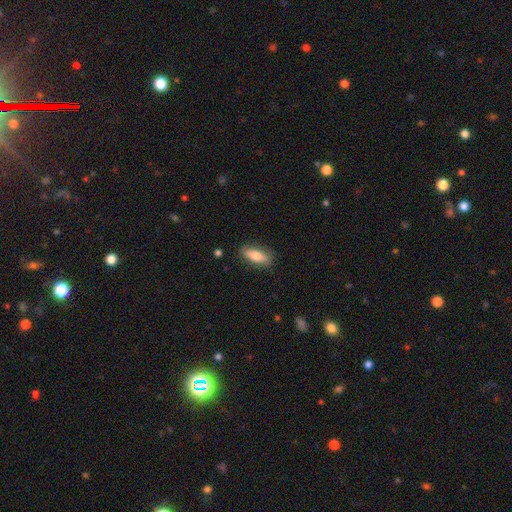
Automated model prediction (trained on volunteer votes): This appears to be a smooth galaxy with no disk features (73%) that is in between round and cigar-shaped (66%). Merging: none (82%).